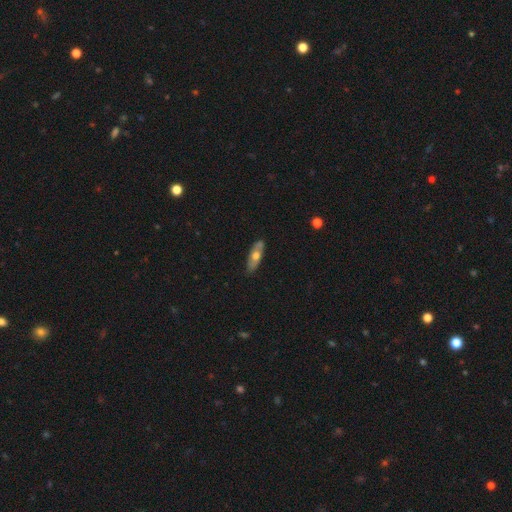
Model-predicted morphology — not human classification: Q: Smooth or featured?
A: smooth (53%); runner-up: featured or disk (41%)
Q: How rounded?
A: in between (58%); runner-up: cigar-shaped (39%)
Q: Merging?
A: none (83%); runner-up: minor disturbance (13%)